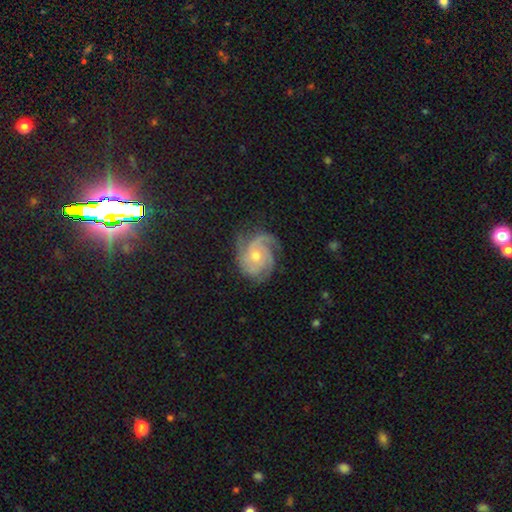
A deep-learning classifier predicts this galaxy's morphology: smooth_or_featured: featured or disk (p=0.87) [alt: smooth p=0.07]
disk_edge_on: no (p=0.98) [alt: yes p=0.02]
bar: no (p=0.78) [alt: weak p=0.18]
has_spiral_arms: yes (p=0.98) [alt: no p=0.02]
spiral_winding: tight (p=0.59) [alt: medium p=0.35]
spiral_arm_count: 3 (p=0.52) [alt: 4 p=0.18]
bulge_size: moderate (p=0.49) [alt: small p=0.47]
merging: none (p=0.72) [alt: minor disturbance p=0.19]